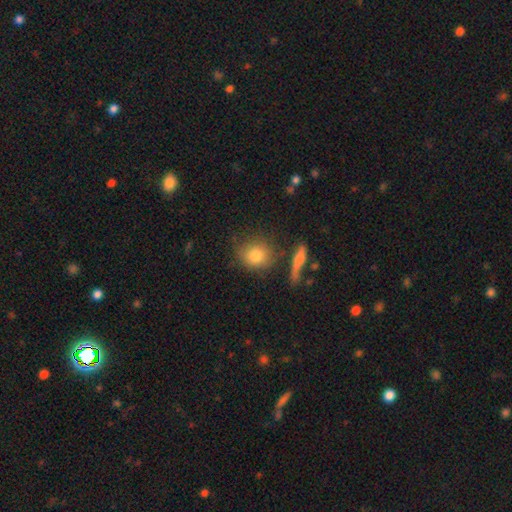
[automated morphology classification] smooth_or_featured: smooth (p=0.80) [alt: featured or disk p=0.11]
how_rounded: round (p=0.78) [alt: in between p=0.19]
merging: none (p=0.73) [alt: minor disturbance p=0.14]